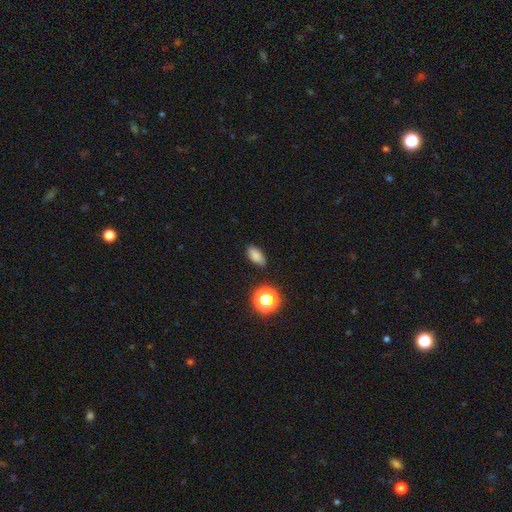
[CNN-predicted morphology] type=smooth (81%); roundness=in between (86%); merging=none (83%).